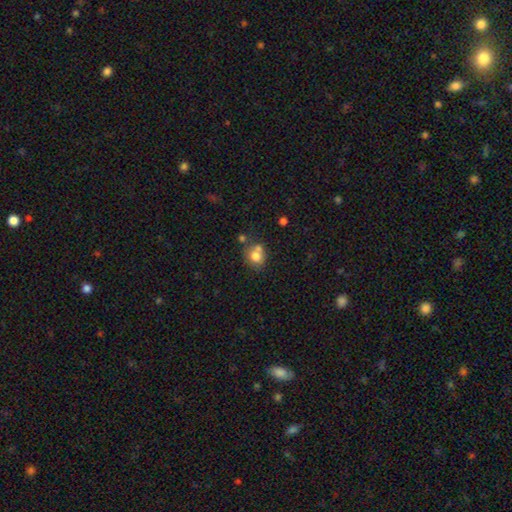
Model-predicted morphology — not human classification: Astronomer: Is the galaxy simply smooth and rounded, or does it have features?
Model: smooth — 75%.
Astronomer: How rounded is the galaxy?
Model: round — 69%.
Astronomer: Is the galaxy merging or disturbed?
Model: none — 47% (runner-up: merger, 34%).